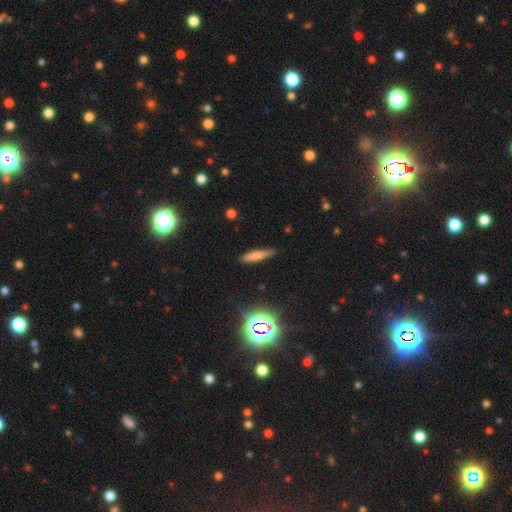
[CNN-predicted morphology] smooth_or_featured: smooth (p=0.70) [alt: featured or disk p=0.18]
how_rounded: cigar-shaped (p=0.82) [alt: in between p=0.15]
merging: none (p=0.81) [alt: minor disturbance p=0.14]